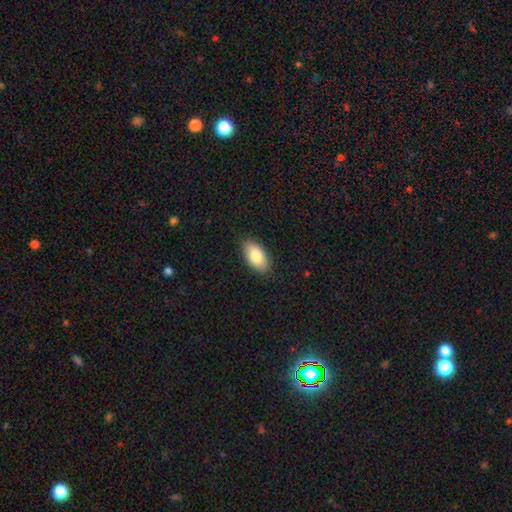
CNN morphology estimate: Smooth or featured? smooth (82%)
How rounded? in between (93%)
Merging? none (88%)